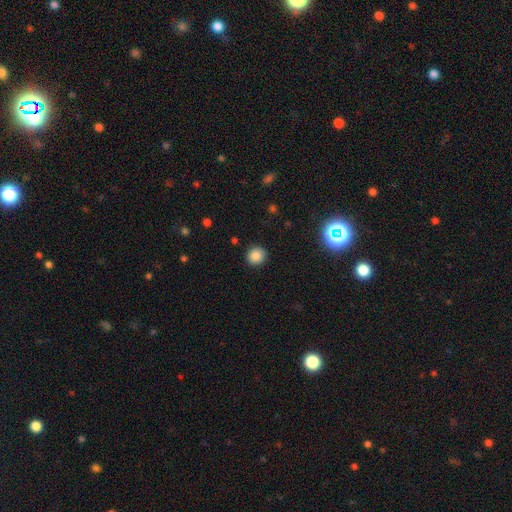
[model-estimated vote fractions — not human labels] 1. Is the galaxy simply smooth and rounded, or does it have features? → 84% smooth, 11% star or artifact, 4% featured or disk.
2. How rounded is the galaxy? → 91% round, 8% in between, 1% cigar-shaped.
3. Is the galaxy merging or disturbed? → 90% none, 7% minor disturbance, 2% major disturbance, 1% merger.